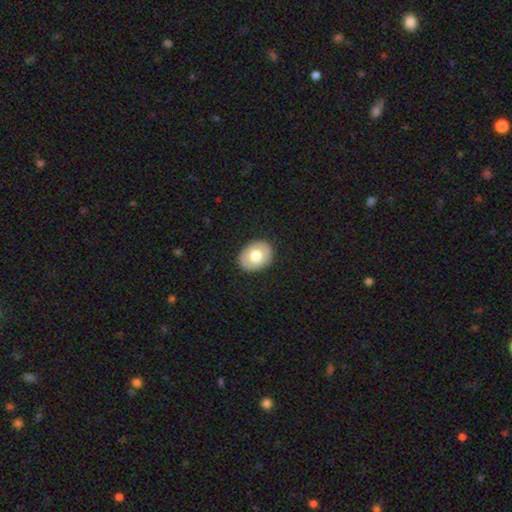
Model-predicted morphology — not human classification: The model was most divided on "how rounded": in between: 57%, round: 42%, cigar-shaped: 1%. More confident: merging — none (88%); smooth or featured — smooth (67%).